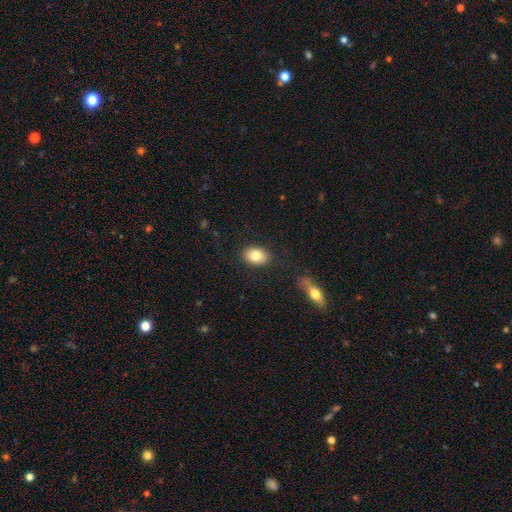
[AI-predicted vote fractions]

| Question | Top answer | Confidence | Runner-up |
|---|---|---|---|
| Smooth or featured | smooth | 80% | featured or disk (12%) |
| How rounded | in between | 82% | round (16%) |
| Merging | none | 86% | minor disturbance (9%) |